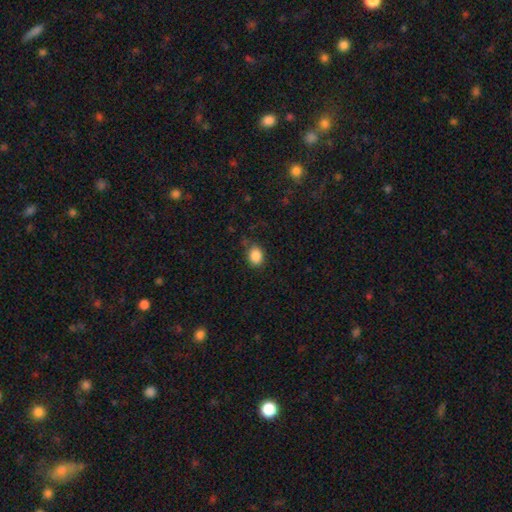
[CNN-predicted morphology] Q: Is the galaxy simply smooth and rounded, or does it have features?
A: smooth — 87%.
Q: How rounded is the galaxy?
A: in between — 50%.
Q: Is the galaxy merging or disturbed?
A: none — 76%.